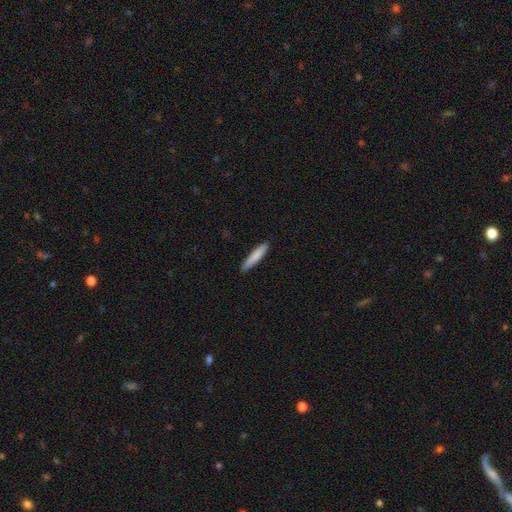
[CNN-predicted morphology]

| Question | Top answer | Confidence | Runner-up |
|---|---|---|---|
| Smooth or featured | smooth | 81% | featured or disk (13%) |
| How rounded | cigar-shaped | 91% | in between (8%) |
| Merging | none | 89% | minor disturbance (8%) |